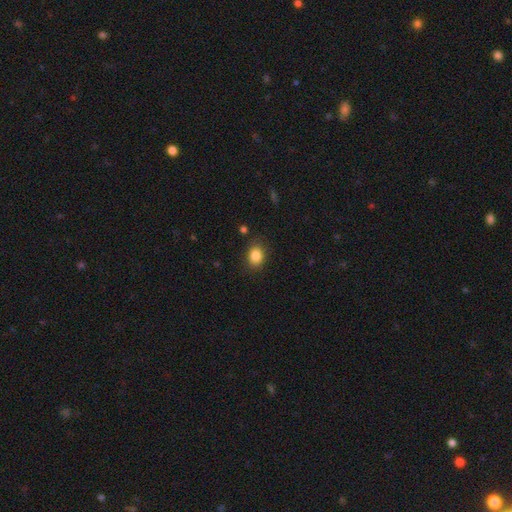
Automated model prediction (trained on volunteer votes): Morphology: type=smooth (86%); roundness=in between (58%); merging=none (83%).